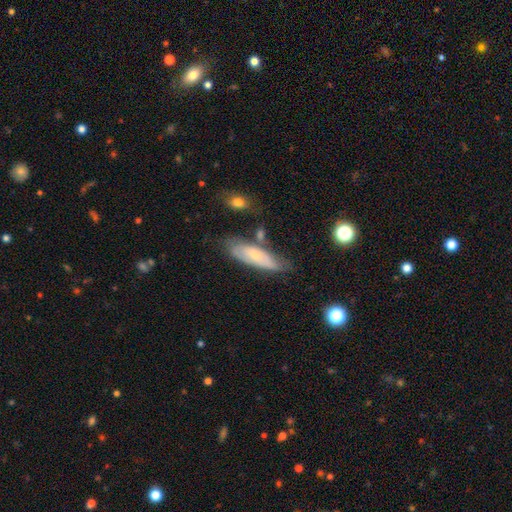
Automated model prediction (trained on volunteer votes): Smooth or featured? Predicted: smooth (p=0.50). How rounded? Predicted: in between (p=0.53). Merging? Predicted: none (p=0.60).